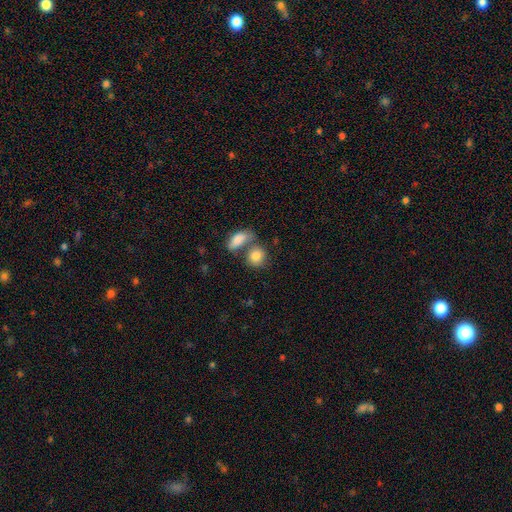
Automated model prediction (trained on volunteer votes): This appears to be a smooth galaxy with no disk features (83%) that is round (53%). Merging: merger (45%).